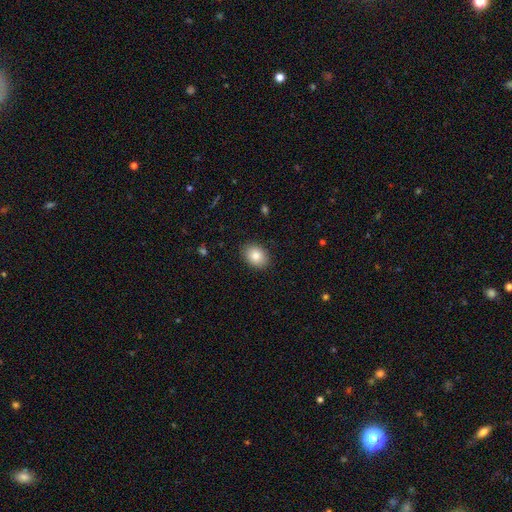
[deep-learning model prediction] Smooth or featured? smooth (86%)
How rounded? in between (67%)
Merging? none (88%)